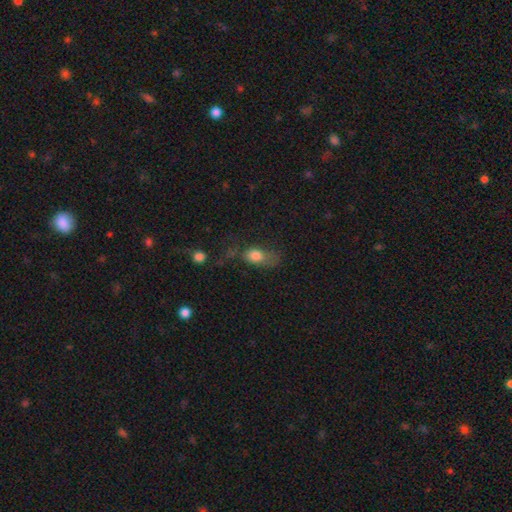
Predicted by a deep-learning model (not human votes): Smooth or featured? smooth (76%)
How rounded? in between (68%)
Merging? major disturbance (36%)